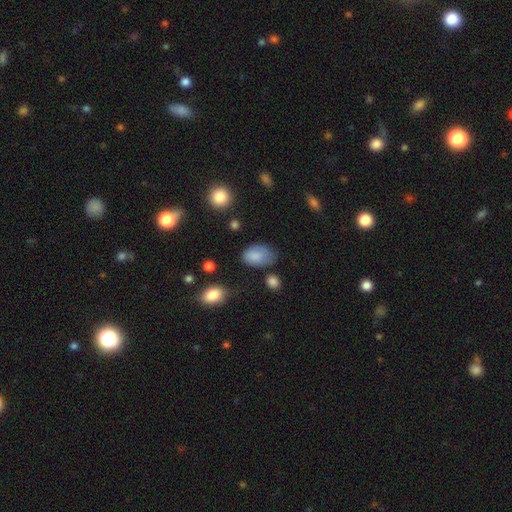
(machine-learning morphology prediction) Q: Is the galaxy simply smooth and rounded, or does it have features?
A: smooth — 83%.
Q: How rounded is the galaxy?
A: in between — 91%.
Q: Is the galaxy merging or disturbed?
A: none — 53%.